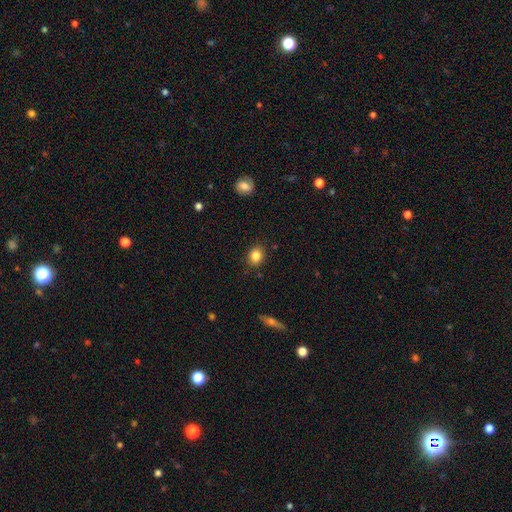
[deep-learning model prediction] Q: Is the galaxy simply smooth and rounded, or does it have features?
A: smooth — 85%.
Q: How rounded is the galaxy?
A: round — 64%.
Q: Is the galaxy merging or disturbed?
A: none — 85%.